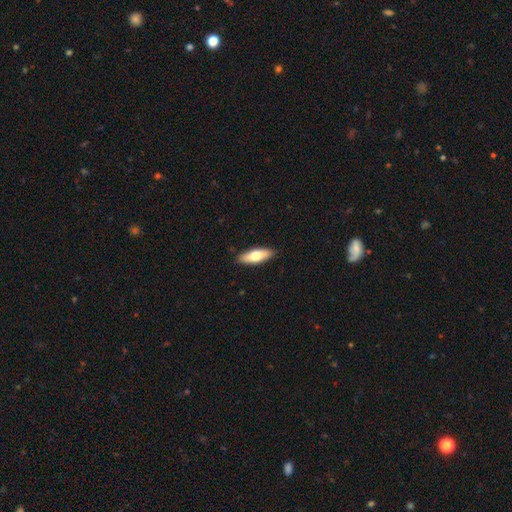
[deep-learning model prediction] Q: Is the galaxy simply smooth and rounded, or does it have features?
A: smooth — 67%.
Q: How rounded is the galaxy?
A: in between — 58%.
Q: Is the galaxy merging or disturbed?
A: none — 90%.